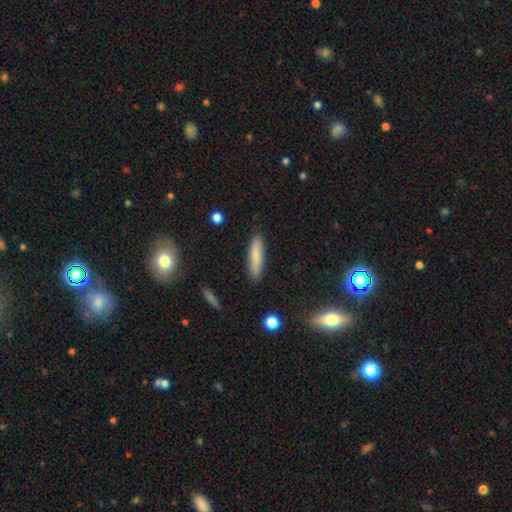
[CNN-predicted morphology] This is clearly a smooth galaxy (81%). How rounded: likely cigar-shaped (79%). Merging: clearly none (88%).